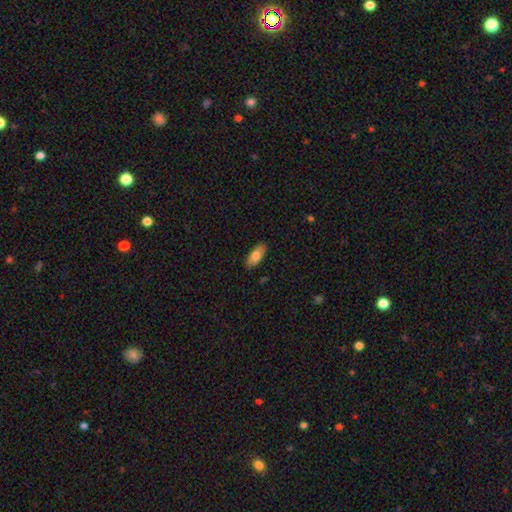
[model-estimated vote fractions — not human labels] Overall: smooth (79%). How rounded: in between (87%). Merging: none (88%).